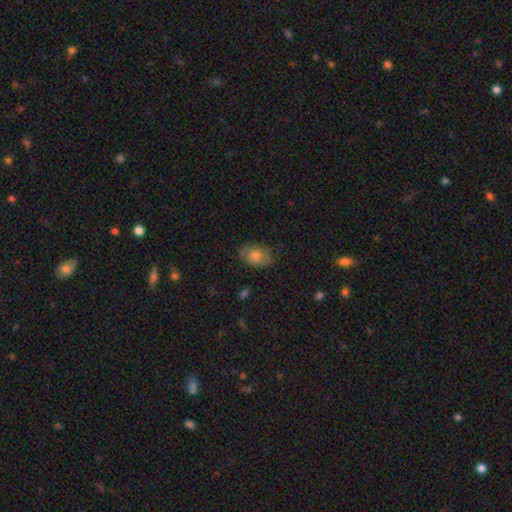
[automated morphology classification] This is likely a smooth galaxy (77%). How rounded: clearly in between (84%). Merging: likely none (79%).